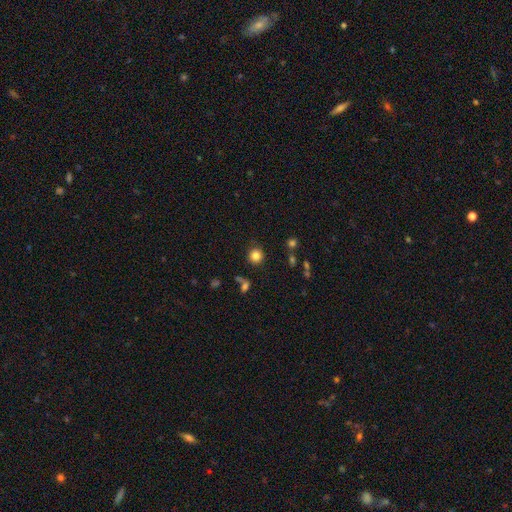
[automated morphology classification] smooth_or_featured: smooth (p=0.82) [alt: star or artifact p=0.12]
how_rounded: round (p=0.92) [alt: in between p=0.07]
merging: none (p=0.85) [alt: minor disturbance p=0.08]